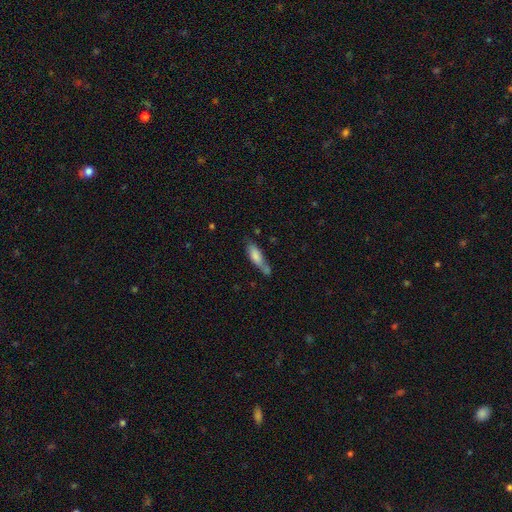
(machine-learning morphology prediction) A smooth galaxy with no disk features (75%) that is in between round and cigar-shaped (52%).

Vote fractions:
- Smooth or featured? smooth: 75% / featured or disk: 18% / star or artifact: 7%
- How rounded? in between: 52% / cigar-shaped: 46% / round: 2%
- Merging? none: 40% / minor disturbance: 25% / merger: 25% / major disturbance: 10%